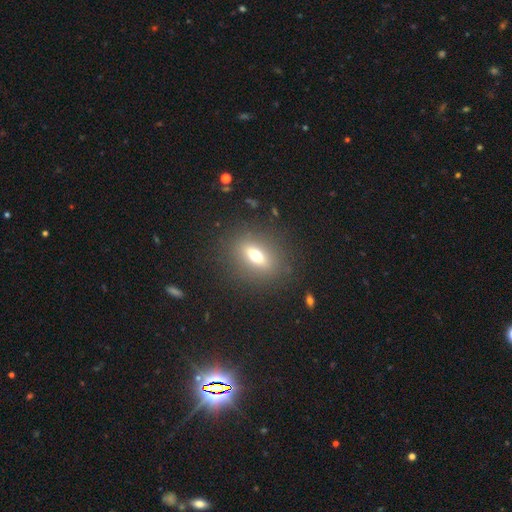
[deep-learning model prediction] smooth 55%, featured or disk 31%, star or artifact 14%. Down the decision tree: how rounded — in between (59%); merging — none (86%).